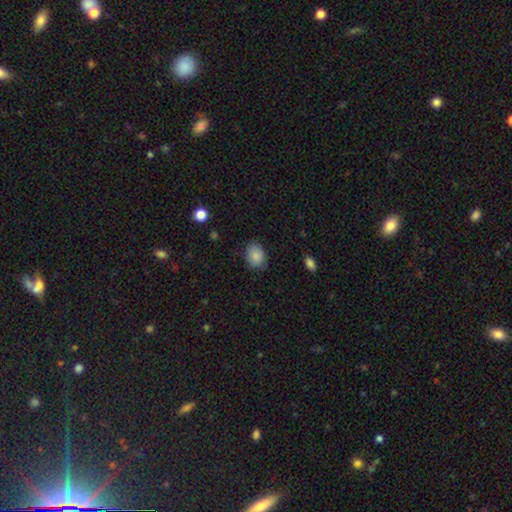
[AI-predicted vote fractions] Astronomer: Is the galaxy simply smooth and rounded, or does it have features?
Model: smooth — 87%.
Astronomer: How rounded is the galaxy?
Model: in between — 61% (runner-up: round, 38%).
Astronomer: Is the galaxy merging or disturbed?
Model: none — 79%.